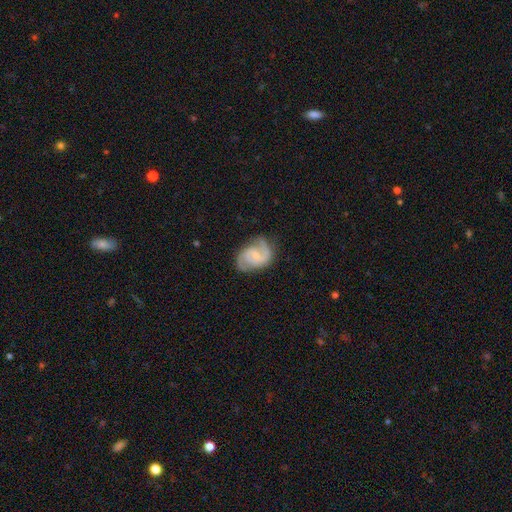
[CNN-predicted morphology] Smooth or featured: featured or disk — 84% (smooth — 11%)
Edge-on disk: no — 98% (yes — 2%)
Bar: weak — 49% (no — 42%)
Spiral arms: yes — 97% (no — 3%)
Spiral winding: medium — 55% (tight — 27%)
Spiral arm count: 2 — 88% (can't tell — 5%)
Bulge size: small — 60% (moderate — 26%)
Merging: none — 73% (minor disturbance — 19%)